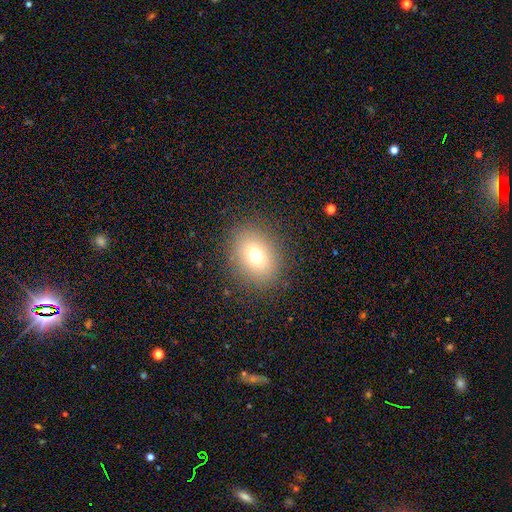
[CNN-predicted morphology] A smooth galaxy with no disk features (72%) that is in between round and cigar-shaped (52%). Merging: none (85%).